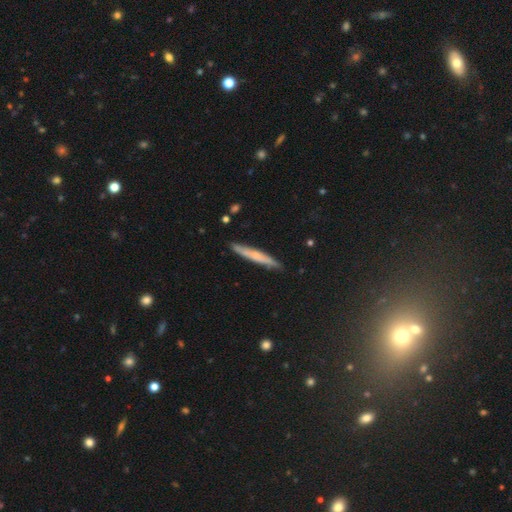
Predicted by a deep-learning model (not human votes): A smooth galaxy with no disk features (50%) that is cigar-shaped (95%). Merging: none (86%).